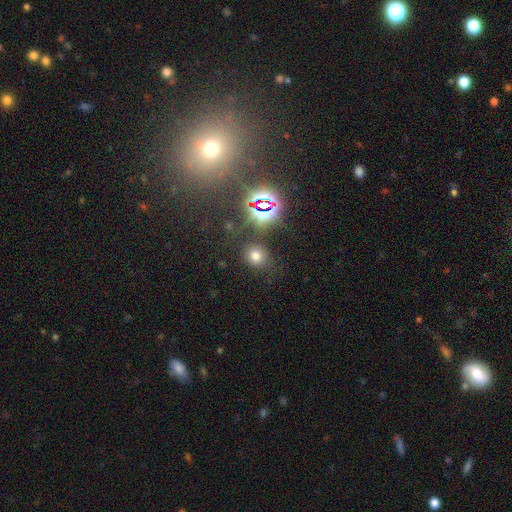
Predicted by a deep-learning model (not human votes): Smooth or featured? smooth (65%)
How rounded? round (79%)
Merging? none (81%)